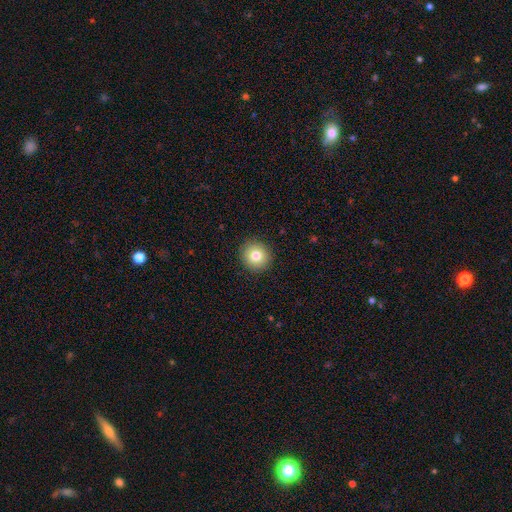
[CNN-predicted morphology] smooth-or-featured: smooth: 79% | star or artifact: 11% | featured or disk: 10%
  how-rounded: round: 93% | in between: 6% | cigar-shaped: 1%
  merging: none: 92% | minor disturbance: 5% | major disturbance: 2% | merger: 1%